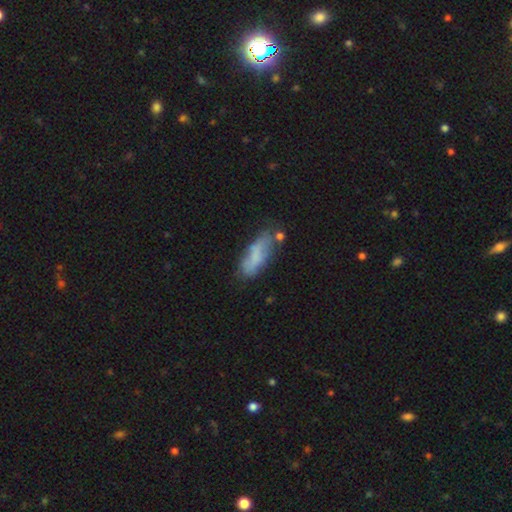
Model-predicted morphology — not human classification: Smooth or featured? smooth (64%)
How rounded? in between (63%)
Merging? none (49%)